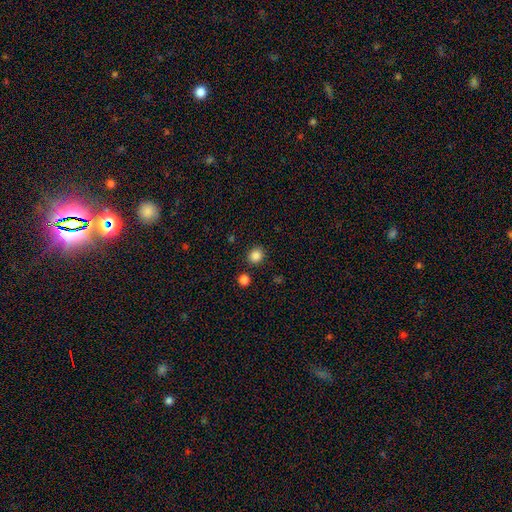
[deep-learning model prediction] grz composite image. It shows a smooth galaxy with no disk features (86%) that is round (84%). Merging: none (87%).